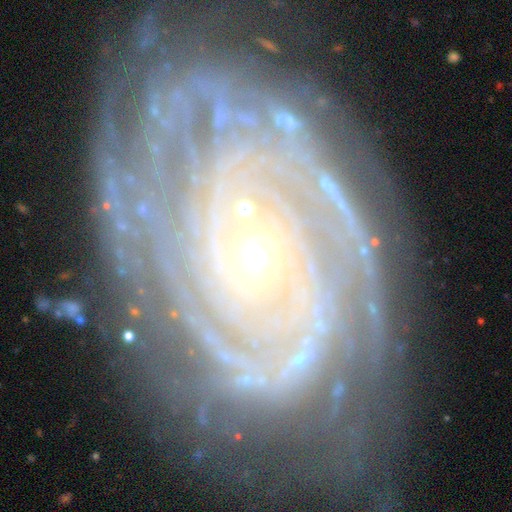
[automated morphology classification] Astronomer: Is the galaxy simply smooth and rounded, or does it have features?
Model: featured or disk — 91%.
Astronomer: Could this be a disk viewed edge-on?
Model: no — 97%.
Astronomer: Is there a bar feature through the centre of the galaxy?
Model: no — 74%.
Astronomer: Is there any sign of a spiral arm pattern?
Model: yes — 98%.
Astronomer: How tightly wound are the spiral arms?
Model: tight — 83%.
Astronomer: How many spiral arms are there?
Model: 2 — 21% (runner-up: can't tell, 19%).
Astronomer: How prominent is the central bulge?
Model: small — 64%.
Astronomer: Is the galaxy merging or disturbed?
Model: none — 73%.